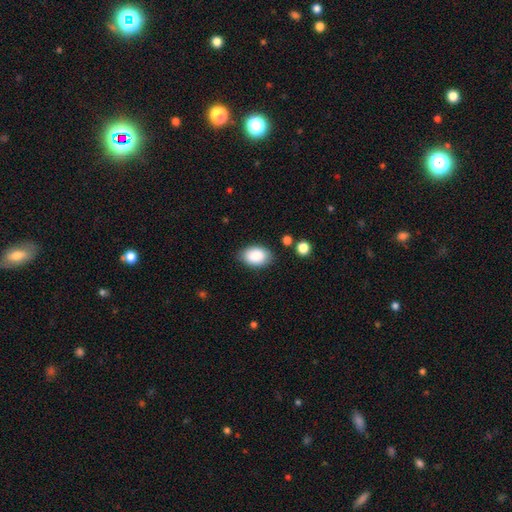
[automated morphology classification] Overall: smooth (88%). How rounded: in between (88%). Merging: none (82%).